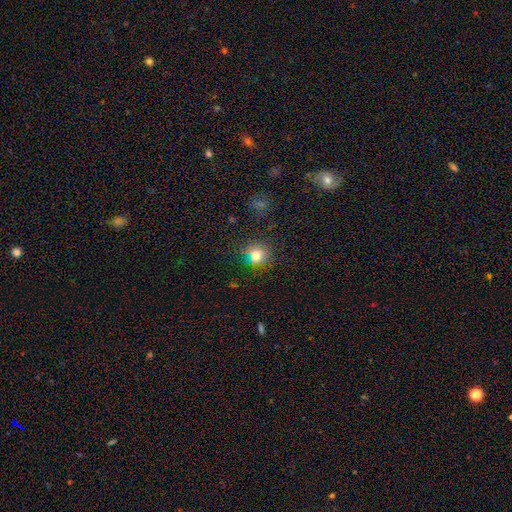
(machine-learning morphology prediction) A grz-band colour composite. It shows a smooth galaxy with no disk features (76%) that is round (87%). Merging: none (83%).